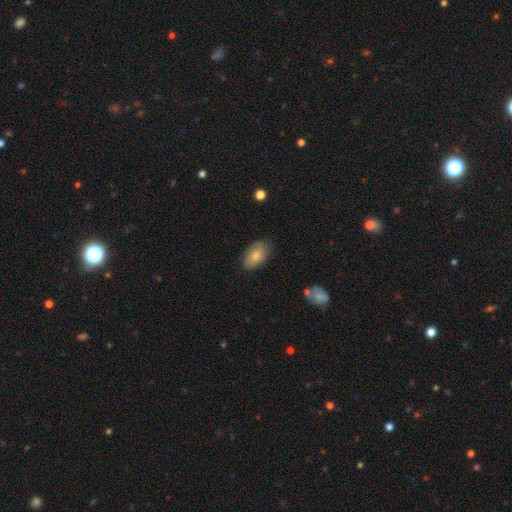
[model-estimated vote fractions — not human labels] The model was most divided on "merging": none: 73%, minor disturbance: 21%, major disturbance: 4%, merger: 1%. More confident: how rounded — in between (92%); smooth or featured — smooth (77%).